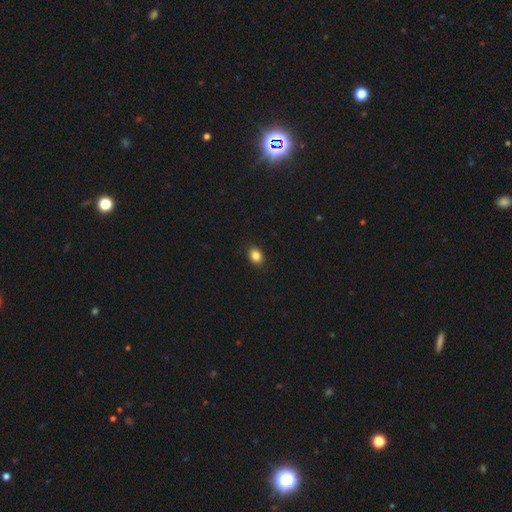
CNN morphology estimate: A smooth galaxy with no disk features (85%) that is in between round and cigar-shaped (57%).

Vote fractions:
- Smooth or featured? smooth: 85% / star or artifact: 10% / featured or disk: 5%
- How rounded? in between: 57% / round: 42% / cigar-shaped: 1%
- Merging? none: 90% / minor disturbance: 7% / major disturbance: 2% / merger: 1%